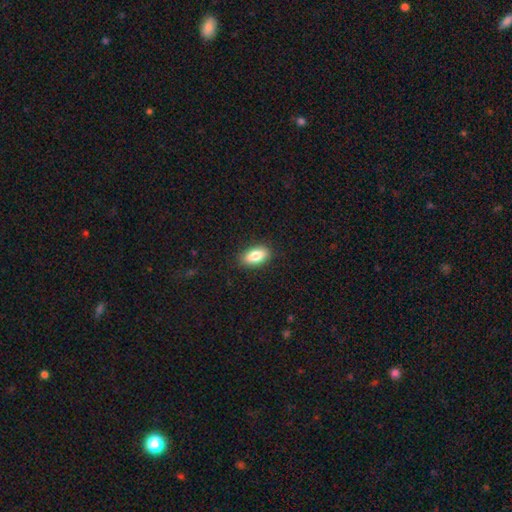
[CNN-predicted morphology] Smooth or featured?
  - smooth: 81% *
  - featured or disk: 12%
  - star or artifact: 7%
How rounded?
  - in between: 88% *
  - cigar-shaped: 7%
  - round: 5%
Merging?
  - none: 88% *
  - minor disturbance: 9%
  - major disturbance: 2%
  - merger: 1%